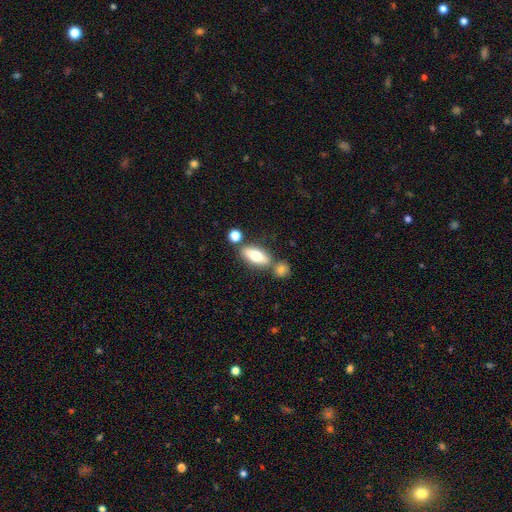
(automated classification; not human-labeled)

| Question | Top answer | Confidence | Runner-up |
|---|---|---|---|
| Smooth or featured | smooth | 70% | featured or disk (23%) |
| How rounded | in between | 76% | cigar-shaped (20%) |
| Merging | none | 66% | merger (19%) |